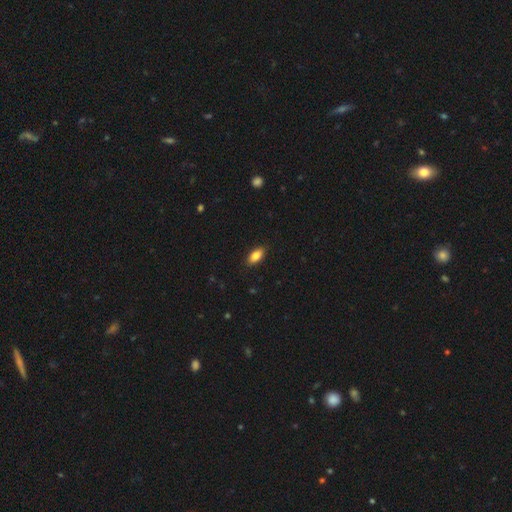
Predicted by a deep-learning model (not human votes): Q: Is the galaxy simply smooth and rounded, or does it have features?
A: smooth — 82%.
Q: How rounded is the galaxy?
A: in between — 88%.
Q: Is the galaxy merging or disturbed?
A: none — 88%.